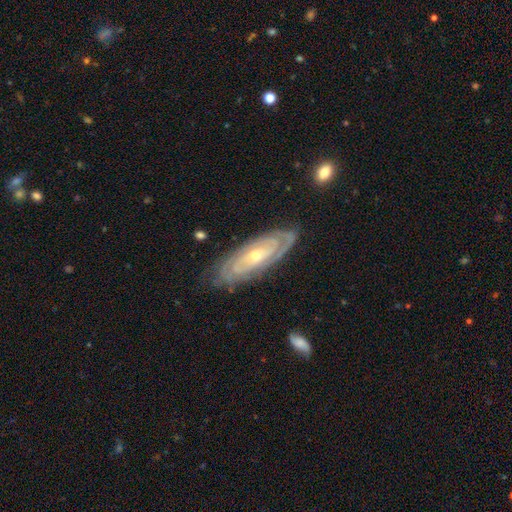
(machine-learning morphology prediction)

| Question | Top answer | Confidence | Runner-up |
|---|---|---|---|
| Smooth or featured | featured or disk | 84% | smooth (10%) |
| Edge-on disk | no | 87% | yes (13%) |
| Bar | no | 69% | weak (23%) |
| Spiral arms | yes | 93% | no (7%) |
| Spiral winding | tight | 79% | medium (17%) |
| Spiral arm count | can't tell | 46% | 2 (26%) |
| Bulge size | small | 56% | moderate (42%) |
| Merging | none | 79% | minor disturbance (16%) |